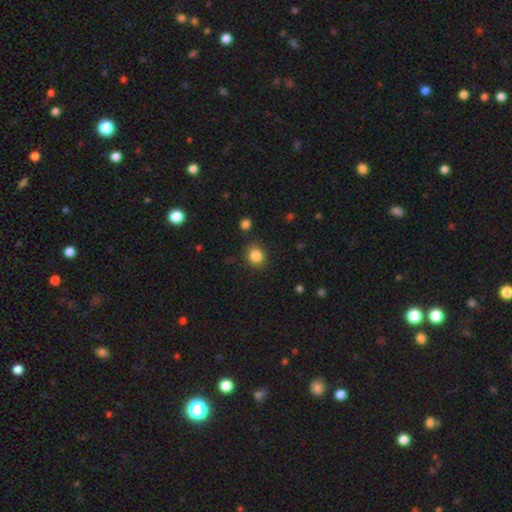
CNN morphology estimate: Smooth or featured? smooth (85%)
How rounded? round (81%)
Merging? none (86%)